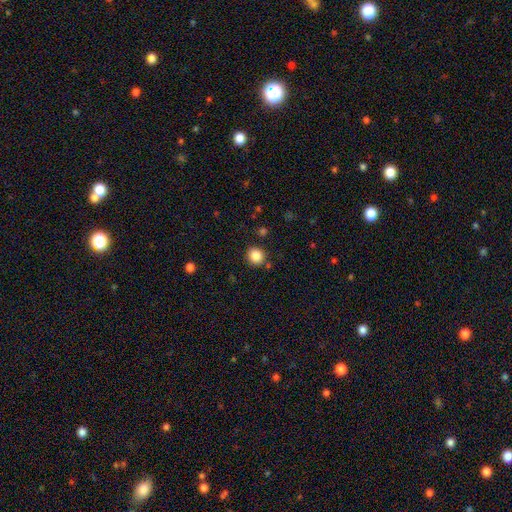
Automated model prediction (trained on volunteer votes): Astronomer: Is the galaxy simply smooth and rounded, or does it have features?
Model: smooth — 84%.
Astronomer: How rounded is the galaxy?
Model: round — 92%.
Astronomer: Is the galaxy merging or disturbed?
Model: none — 87%.